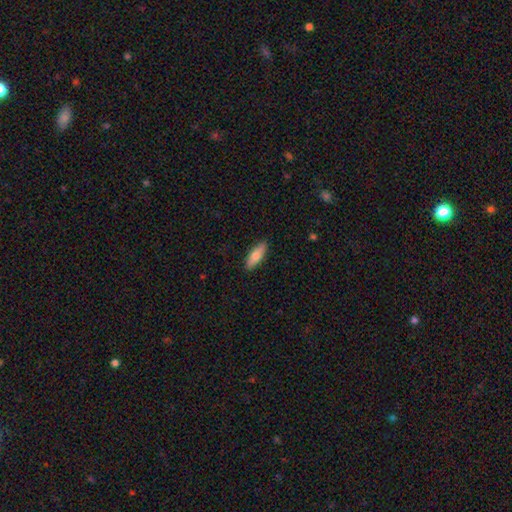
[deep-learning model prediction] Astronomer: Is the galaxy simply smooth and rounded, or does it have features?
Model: smooth — 75%.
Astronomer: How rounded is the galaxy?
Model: in between — 57% (runner-up: cigar-shaped, 41%).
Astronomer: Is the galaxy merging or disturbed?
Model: none — 88%.